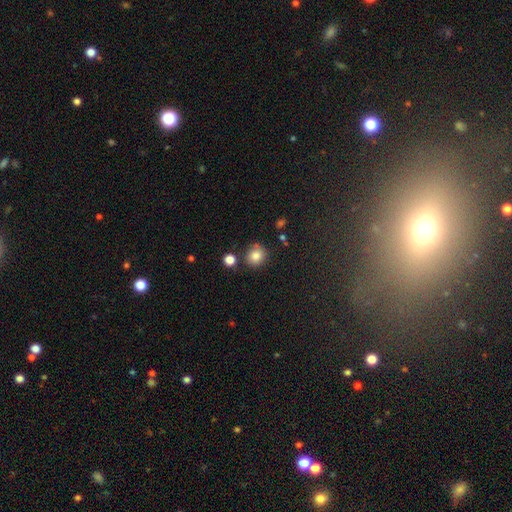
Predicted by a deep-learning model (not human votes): The model was most divided on "merging": none: 77%, minor disturbance: 13%, merger: 7%, major disturbance: 3%. More confident: how rounded — round (85%); smooth or featured — smooth (83%).